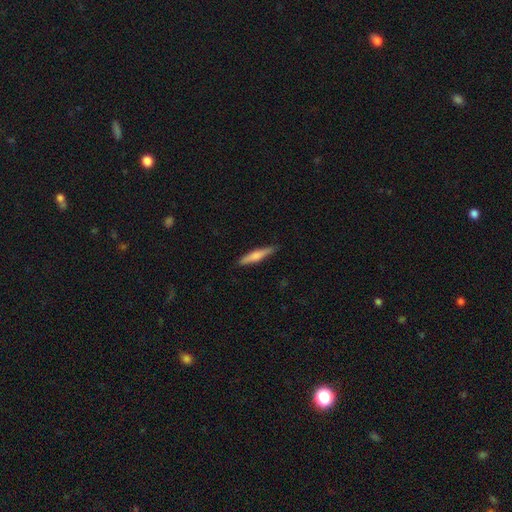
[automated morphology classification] Smooth or featured? Predicted: smooth (p=0.59). How rounded? Predicted: cigar-shaped (p=0.89). Merging? Predicted: none (p=0.88).